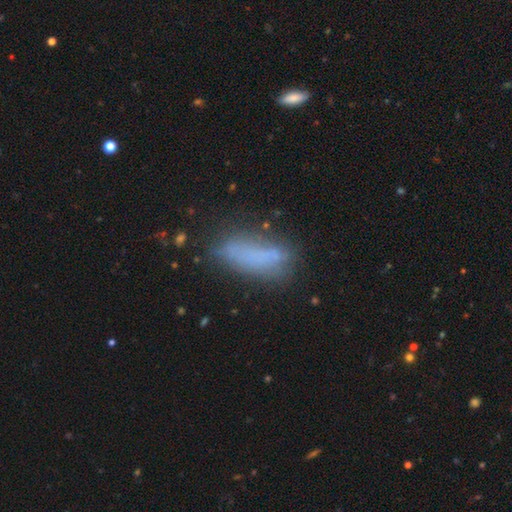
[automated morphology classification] Smooth or featured? Predicted: smooth (p=0.69). How rounded? Predicted: in between (p=0.53). Merging? Predicted: none (p=0.62).